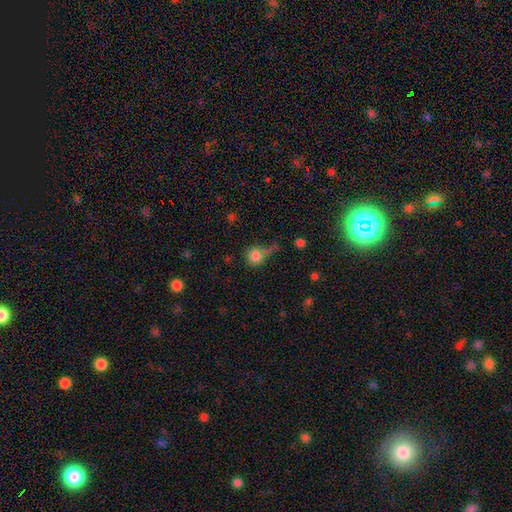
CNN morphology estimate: Smooth or featured? smooth (82%)
How rounded? round (88%)
Merging? none (49%)